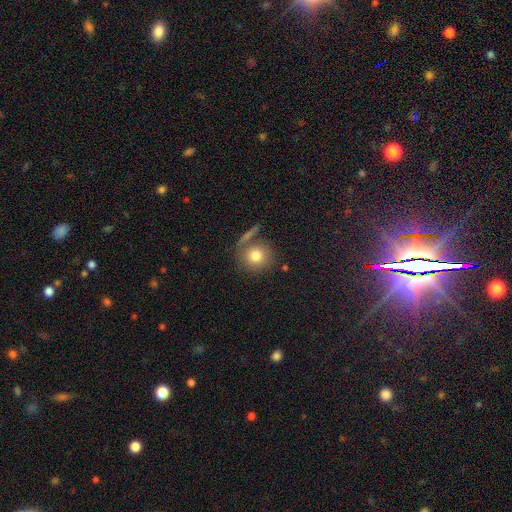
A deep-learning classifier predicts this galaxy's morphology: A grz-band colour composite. It shows a smooth galaxy with no disk features (79%) that is round (88%). Merging: none (70%).